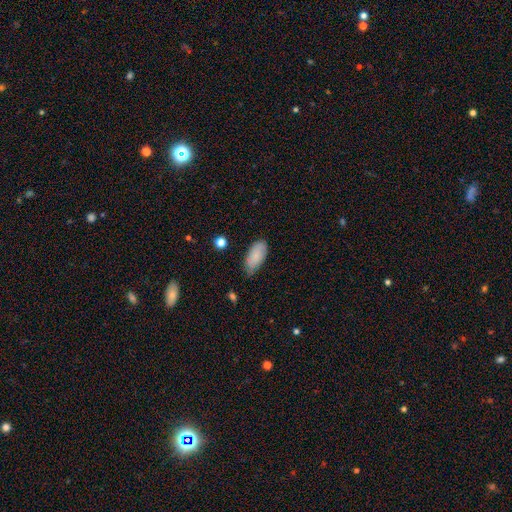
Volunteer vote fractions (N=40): Morphology: type=smooth (92%); roundness=in between (95%); merging=minor disturbance (51%).